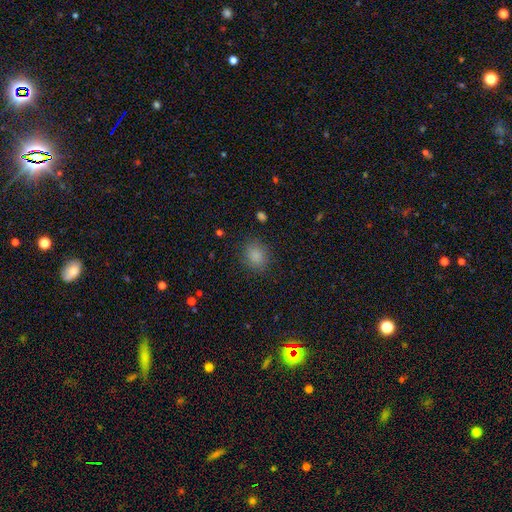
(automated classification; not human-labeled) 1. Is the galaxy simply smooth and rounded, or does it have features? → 85% smooth, 11% star or artifact, 4% featured or disk.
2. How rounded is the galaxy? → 64% round, 35% in between, 1% cigar-shaped.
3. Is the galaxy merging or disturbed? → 86% none, 9% minor disturbance, 3% major disturbance, 1% merger.